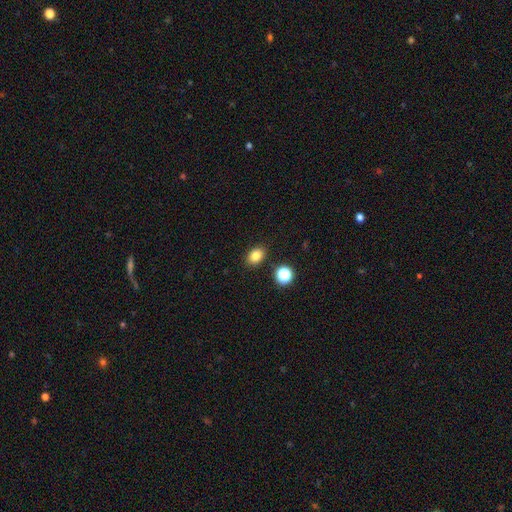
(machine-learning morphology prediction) A smooth galaxy with no disk features (81%) that is in between round and cigar-shaped (70%). Merging: none (86%).